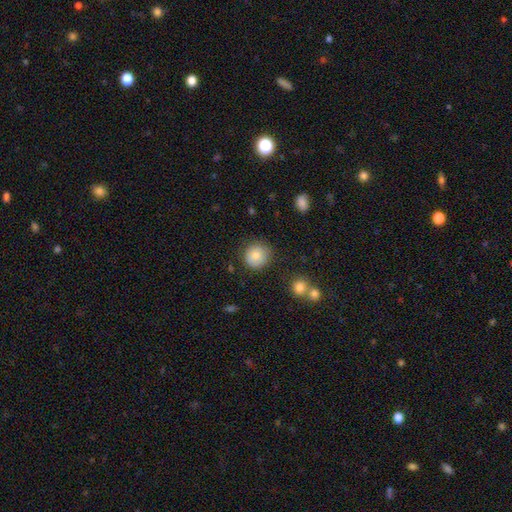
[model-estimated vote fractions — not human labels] A smooth galaxy with no disk features (81%) that is round (91%). Merging: none (81%).